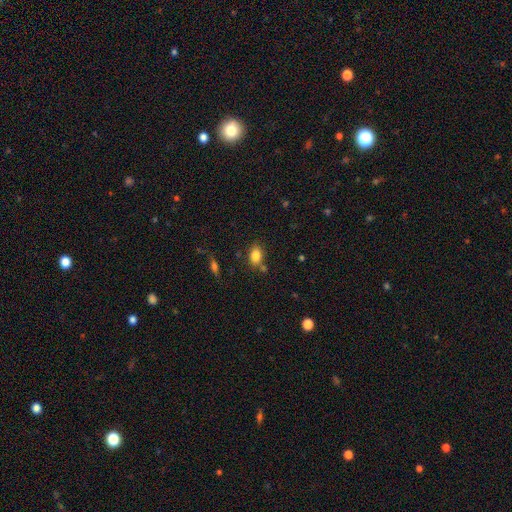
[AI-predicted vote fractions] A smooth galaxy with no disk features (83%) that is in between round and cigar-shaped (81%). Merging: none (71%).